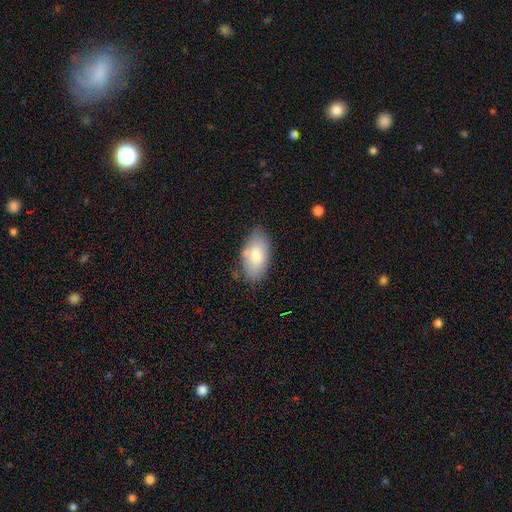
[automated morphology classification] Overall: smooth (80%). How rounded: in between (95%). Merging: none (74%).